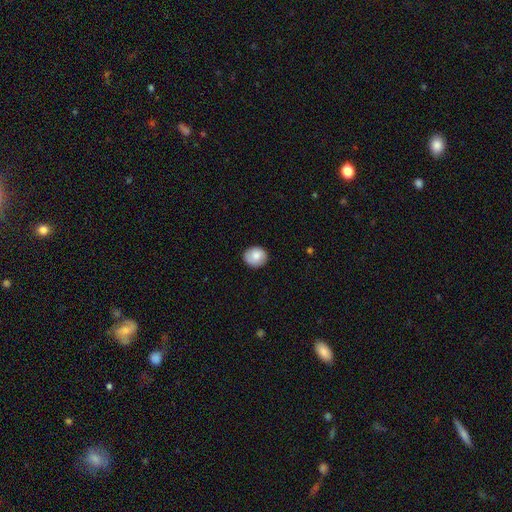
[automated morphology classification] Overall: smooth (83%). How rounded: round (77%). Merging: none (86%).